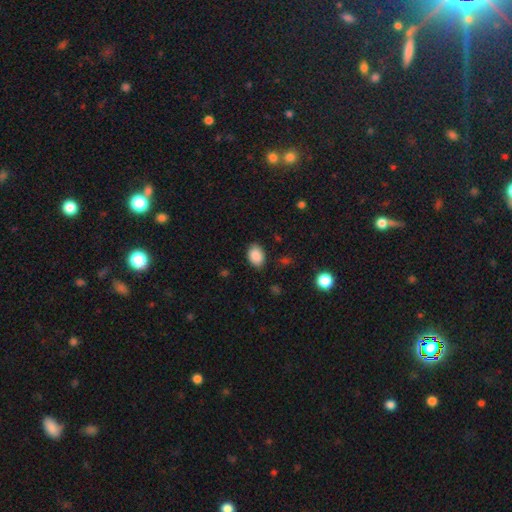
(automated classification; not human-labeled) A smooth galaxy with no disk features (88%) that is in between round and cigar-shaped (81%).

Vote fractions:
- Smooth or featured? smooth: 88% / star or artifact: 8% / featured or disk: 4%
- How rounded? in between: 81% / round: 18% / cigar-shaped: 1%
- Merging? none: 84% / minor disturbance: 12% / major disturbance: 3% / merger: 1%